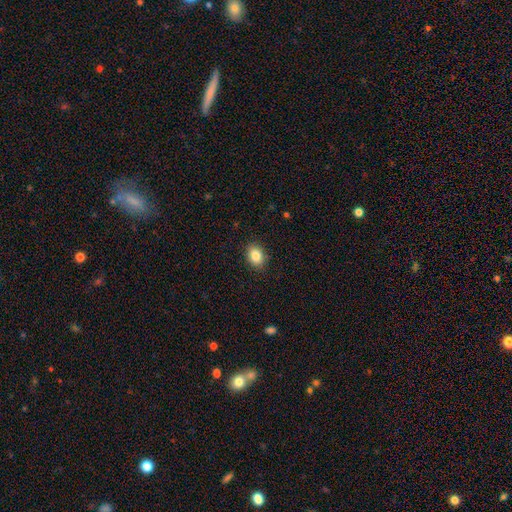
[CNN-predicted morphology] Q: Smooth or featured?
A: smooth (85%); runner-up: star or artifact (9%)
Q: How rounded?
A: in between (70%); runner-up: round (29%)
Q: Merging?
A: none (88%); runner-up: minor disturbance (9%)